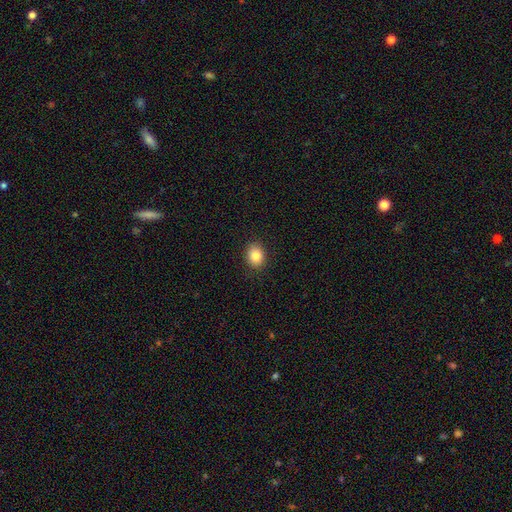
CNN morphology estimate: A smooth galaxy with no disk features (85%) that is in between round and cigar-shaped (50%).

Vote fractions:
- Smooth or featured? smooth: 85% / star or artifact: 9% / featured or disk: 6%
- How rounded? in between: 50% / round: 49% / cigar-shaped: 1%
- Merging? none: 89% / minor disturbance: 8% / major disturbance: 2% / merger: 1%